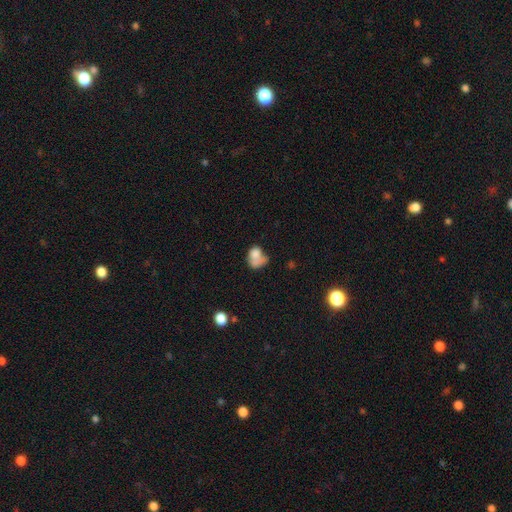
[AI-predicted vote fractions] Overall: smooth (71%). How rounded: in between (57%; round 42%). Merging: merger (32%; major disturbance 26%).